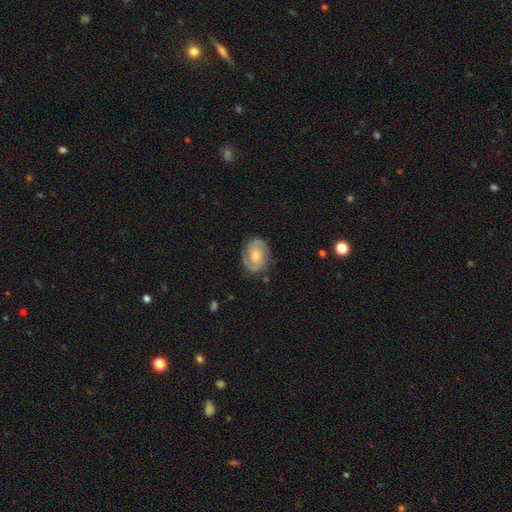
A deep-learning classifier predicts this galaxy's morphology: This is likely a featured or disk galaxy (73%). It is clearly not viewed edge-on (98%). Bar: possibly no (59%). Spiral arm pattern: clearly yes (93%). Spiral arm count: clearly 2 (80%). Spiral winding: possibly tight (46%). Central bulge: possibly moderate (46%). Merging: likely none (77%).